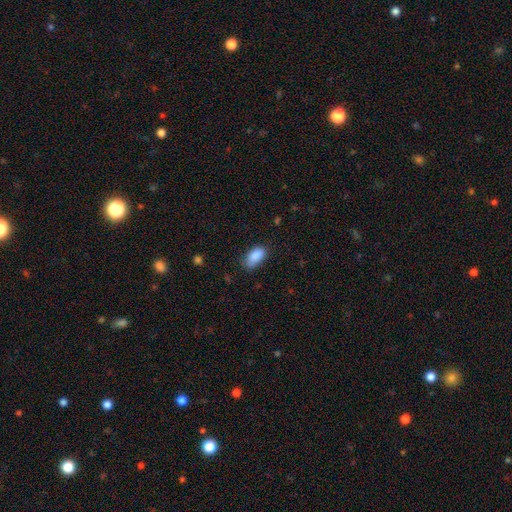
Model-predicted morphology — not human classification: smooth 87%, star or artifact 8%, featured or disk 5%. Down the decision tree: how rounded — in between (92%); merging — none (64%).